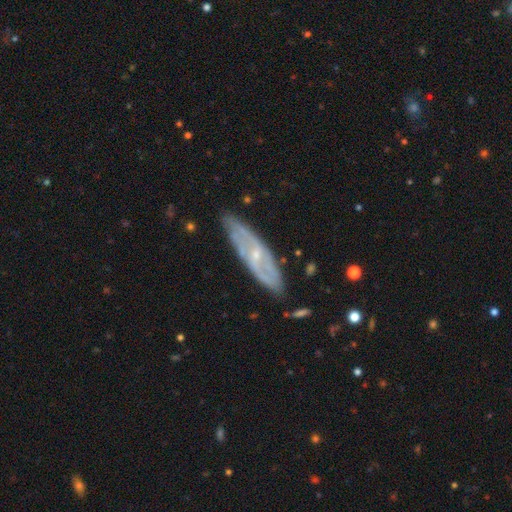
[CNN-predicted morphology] Smooth or featured?
  - featured or disk: 74% *
  - smooth: 19%
  - star or artifact: 7%
Edge-on disk?
  - no: 70% *
  - yes: 30%
Bar?
  - weak: 43% *
  - no: 40%
  - strong: 17%
Spiral arms?
  - yes: 80% *
  - no: 20%
Bulge size?
  - small: 75% *
  - moderate: 19%
  - none: 4%
  - large: 1%
  - dominant: 1%
Merging?
  - none: 75% *
  - minor disturbance: 18%
  - major disturbance: 4%
  - merger: 2%